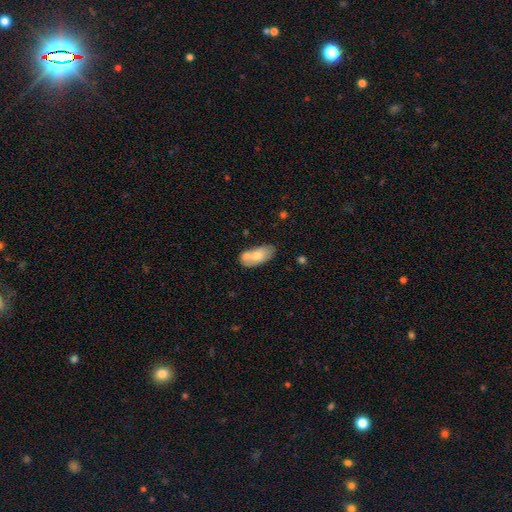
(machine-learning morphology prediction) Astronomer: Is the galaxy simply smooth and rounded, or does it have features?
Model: smooth — 68%.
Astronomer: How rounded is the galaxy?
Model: in between — 89%.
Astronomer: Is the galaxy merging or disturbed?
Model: none — 45% (runner-up: merger, 31%).